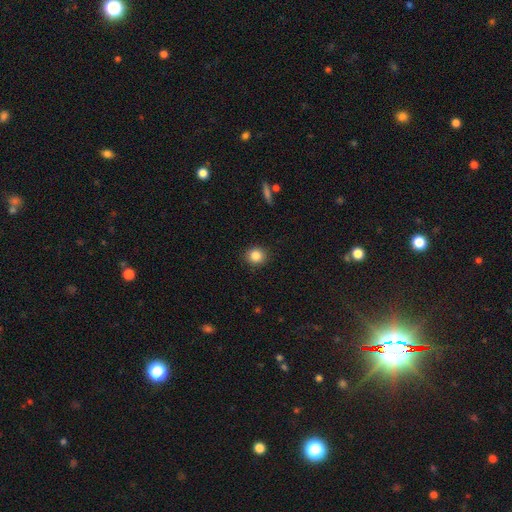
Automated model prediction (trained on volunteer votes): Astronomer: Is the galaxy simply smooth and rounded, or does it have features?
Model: smooth — 85%.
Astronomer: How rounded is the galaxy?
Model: round — 84%.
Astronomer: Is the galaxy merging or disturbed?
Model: none — 90%.